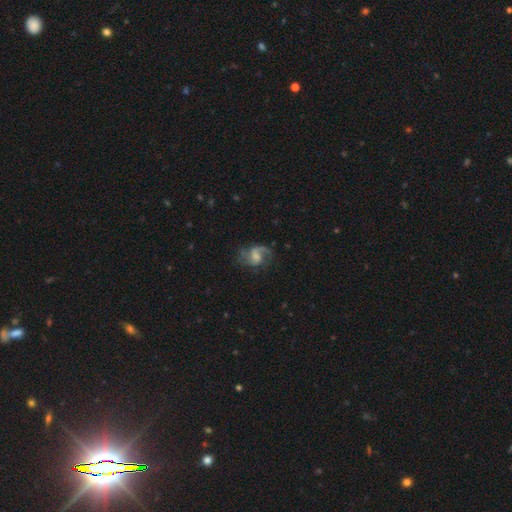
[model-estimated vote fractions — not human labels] Overall: featured or disk (80%). Edge-on disk: no (98%). Bar: weak (49%; no 40%). Spiral arms: yes (94%). Spiral arm count: 2 (75%). Spiral winding: loose (49%; medium 41%). Bulge size: small (37%; moderate 32%). Merging: none (59%; minor disturbance 20%).